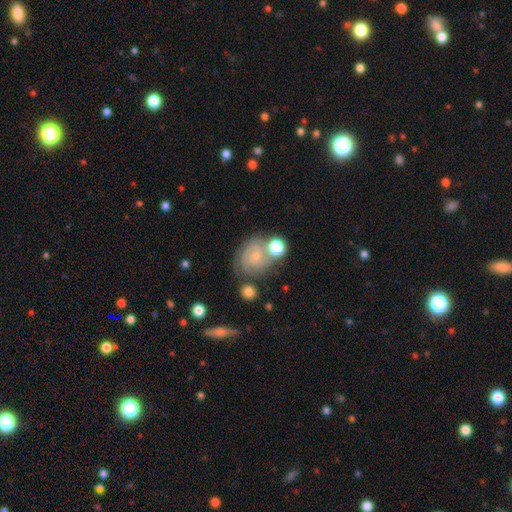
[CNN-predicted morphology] This appears to be a featured or disk galaxy (62%) with no bar (69%), 2 (43%) tight (60%) spiral arms (87%) and a small central bulge (61%). Merging: none (53%).